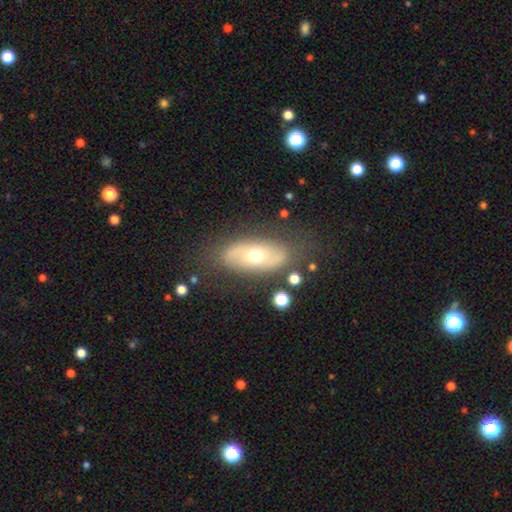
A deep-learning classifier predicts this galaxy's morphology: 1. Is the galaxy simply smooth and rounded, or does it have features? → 52% featured or disk, 41% smooth, 7% star or artifact.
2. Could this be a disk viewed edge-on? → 84% no, 16% yes.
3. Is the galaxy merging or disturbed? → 76% none, 15% minor disturbance, 6% major disturbance, 3% merger.